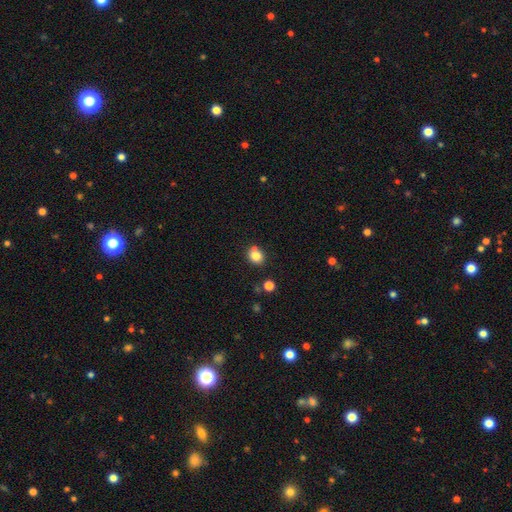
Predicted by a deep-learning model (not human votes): Overall: smooth (82%). How rounded: round (71%). Merging: none (70%).